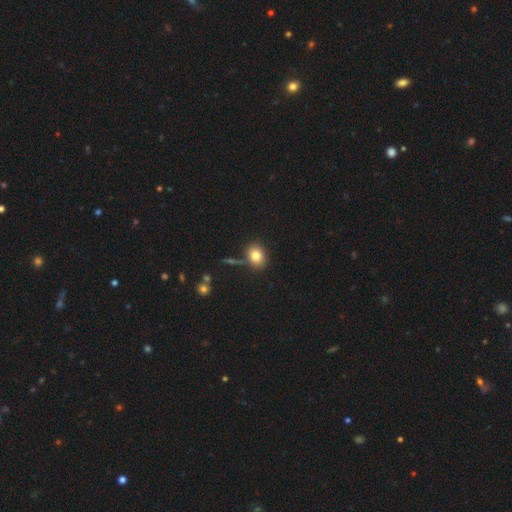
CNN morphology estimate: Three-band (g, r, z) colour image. It shows a smooth galaxy with no disk features (79%) that is round (53%). Merging: none (75%).